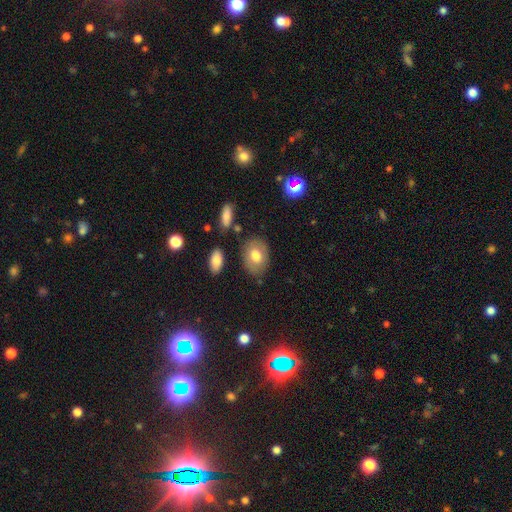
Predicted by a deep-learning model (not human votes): smooth 68%, featured or disk 25%, star or artifact 8%. Down the decision tree: how rounded — in between (73%); merging — none (77%).